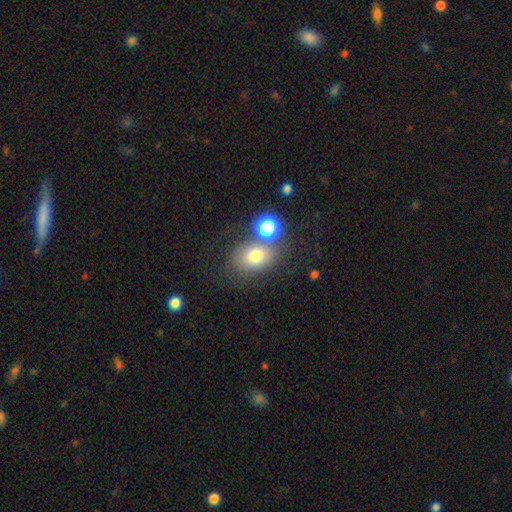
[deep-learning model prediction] Smooth or featured? Predicted: smooth (p=0.73). How rounded? Predicted: in between (p=0.66). Merging? Predicted: none (p=0.59).